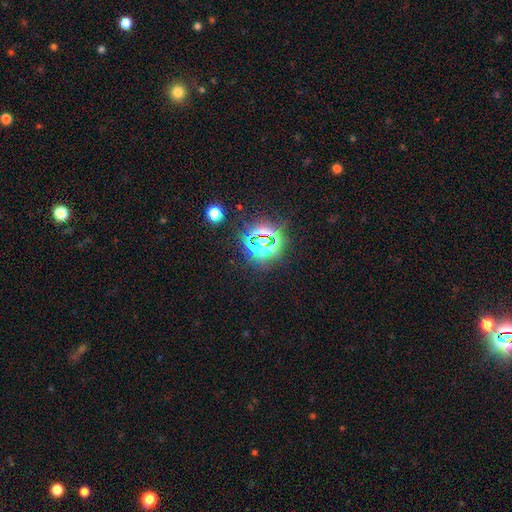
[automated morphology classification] A star or artifact, not a galaxy (79%).